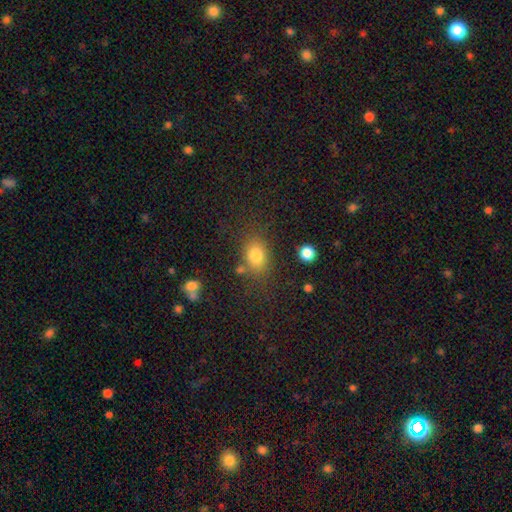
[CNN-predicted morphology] A smooth galaxy with no disk features (79%) that is in between round and cigar-shaped (67%).

Vote fractions:
- Smooth or featured? smooth: 79% / star or artifact: 12% / featured or disk: 9%
- How rounded? in between: 67% / round: 31% / cigar-shaped: 1%
- Merging? none: 72% / minor disturbance: 15% / merger: 7% / major disturbance: 6%